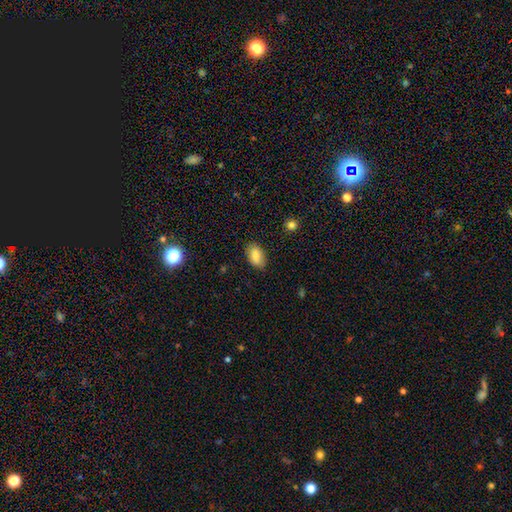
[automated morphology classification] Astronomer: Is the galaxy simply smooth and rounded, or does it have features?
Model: smooth — 82%.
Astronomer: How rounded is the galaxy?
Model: in between — 92%.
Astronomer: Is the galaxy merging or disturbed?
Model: none — 84%.